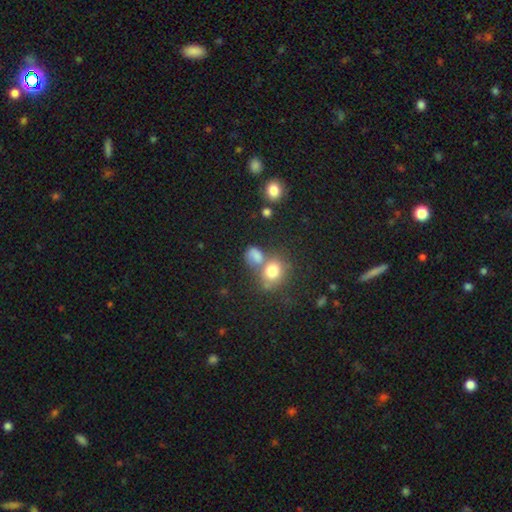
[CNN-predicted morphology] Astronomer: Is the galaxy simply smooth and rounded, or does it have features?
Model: smooth — 74%.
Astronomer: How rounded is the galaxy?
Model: round — 50% (runner-up: in between, 49%).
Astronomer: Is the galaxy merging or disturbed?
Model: merger — 41% (runner-up: none, 37%).